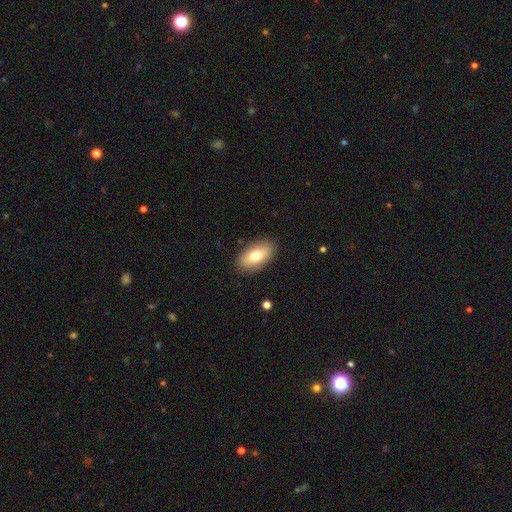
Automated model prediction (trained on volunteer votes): This appears to be a smooth galaxy with no disk features (73%) that is in between round and cigar-shaped (91%). Merging: none (88%).